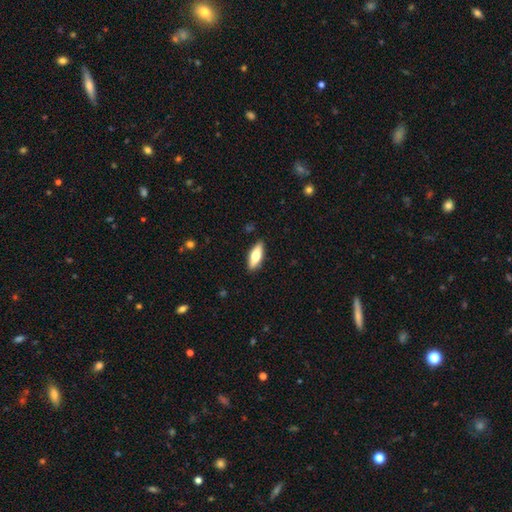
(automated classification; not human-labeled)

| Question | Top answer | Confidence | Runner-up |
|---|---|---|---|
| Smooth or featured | smooth | 65% | featured or disk (29%) |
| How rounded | in between | 65% | cigar-shaped (32%) |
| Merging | none | 88% | minor disturbance (9%) |